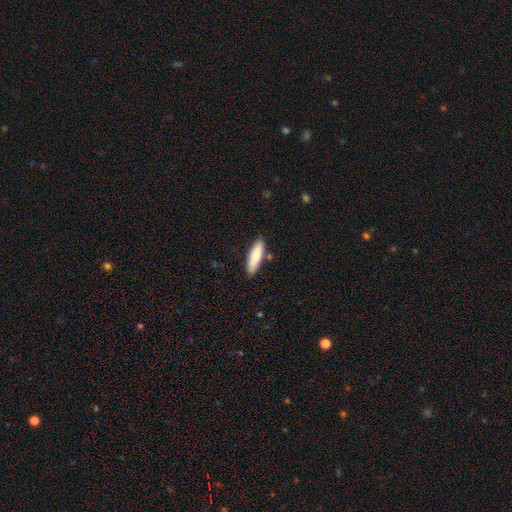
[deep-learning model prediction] smooth_or_featured: smooth (p=0.84) [alt: featured or disk p=0.11]
how_rounded: cigar-shaped (p=0.52) [alt: in between p=0.46]
merging: none (p=0.82) [alt: minor disturbance p=0.12]